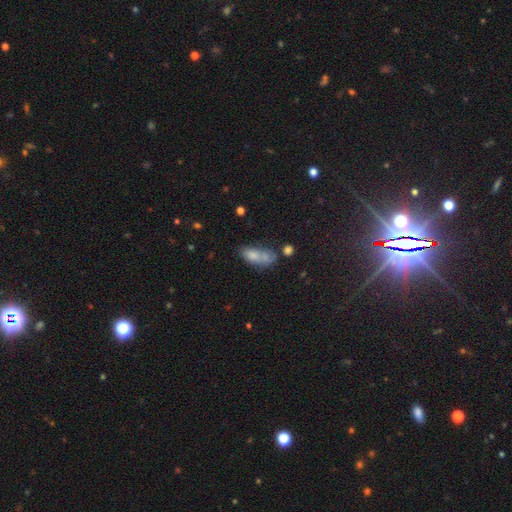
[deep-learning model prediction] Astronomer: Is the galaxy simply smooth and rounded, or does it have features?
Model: smooth — 73%.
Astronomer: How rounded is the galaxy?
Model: in between — 81%.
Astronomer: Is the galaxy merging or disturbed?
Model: none — 37% (runner-up: merger, 31%).